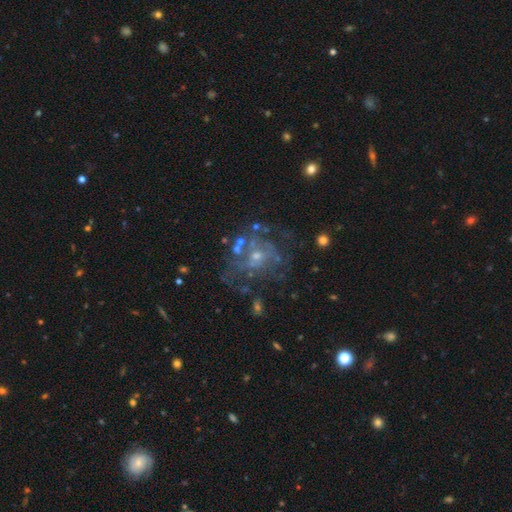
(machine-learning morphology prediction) Overall: featured or disk (71%). Edge-on disk: no (97%). Bar: no (74%). Spiral arms: yes (57%; no 43%). Bulge size: small (58%; moderate 33%). Merging: none (50%; major disturbance 24%).